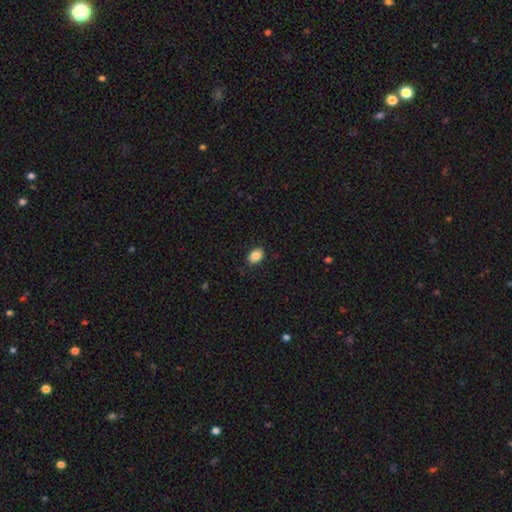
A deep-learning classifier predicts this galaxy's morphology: This is clearly a smooth galaxy (86%). How rounded: likely in between (75%). Merging: clearly none (87%).